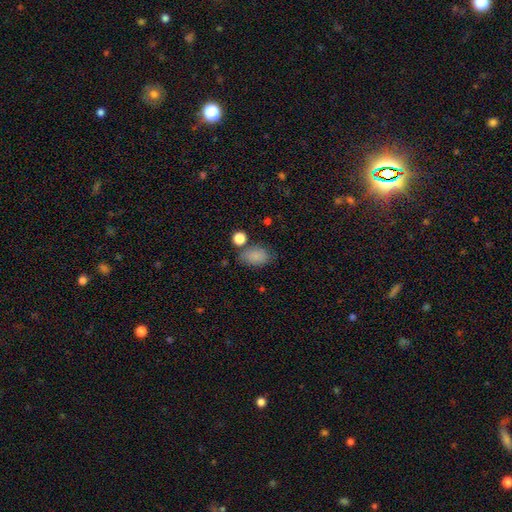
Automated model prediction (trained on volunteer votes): A smooth galaxy with no disk features (84%) that is in between round and cigar-shaped (84%). Merging: none (66%).